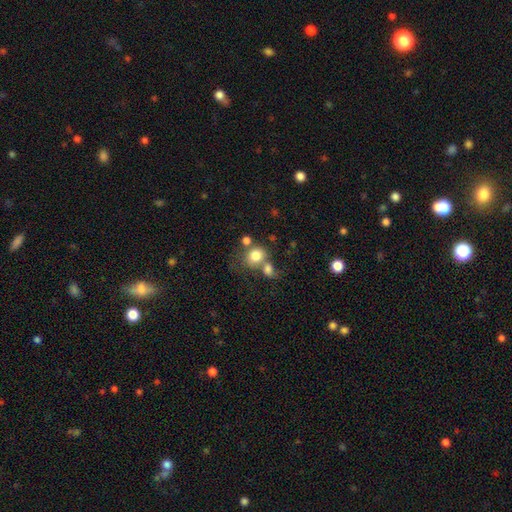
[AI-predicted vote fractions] Morphology: type=smooth (79%); roundness=round (65%); merging=merger (43%).